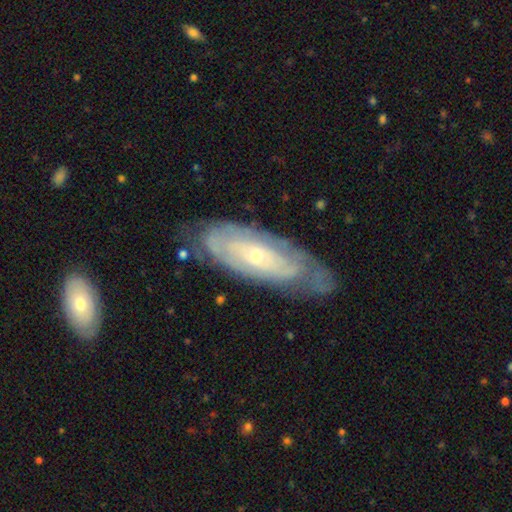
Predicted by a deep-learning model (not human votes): Smooth or featured? featured or disk (76%)
Edge-on disk? no (85%)
Bar? no (77%)
Spiral arms? yes (77%)
Spiral winding? tight (75%)
Spiral arm count? can't tell (65%)
Bulge size? small (71%)
Merging? none (66%)